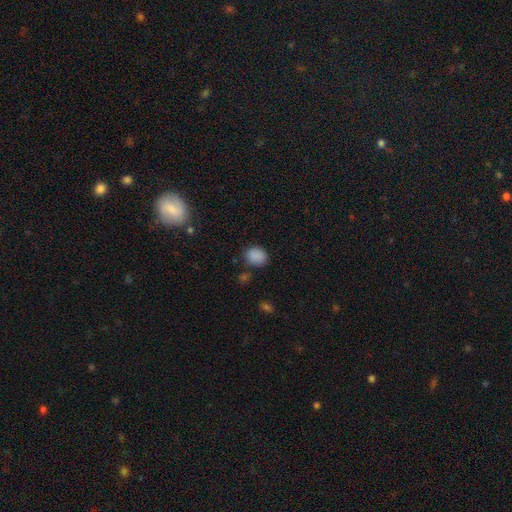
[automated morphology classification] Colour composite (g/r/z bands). It shows a smooth galaxy with no disk features (87%) that is round (58%). Merging: none (78%).